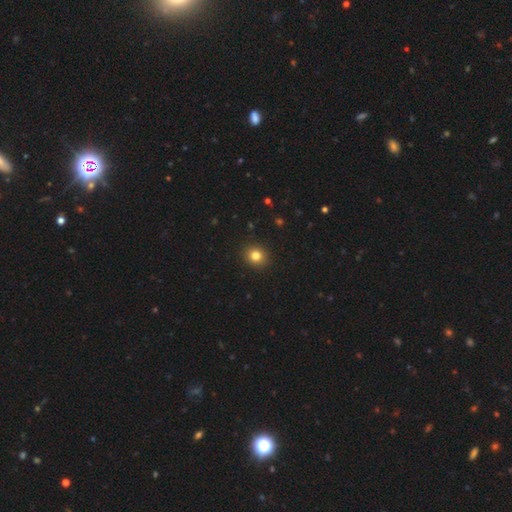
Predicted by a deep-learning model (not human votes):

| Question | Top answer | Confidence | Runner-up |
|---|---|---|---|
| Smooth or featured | smooth | 81% | star or artifact (12%) |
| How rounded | round | 81% | in between (18%) |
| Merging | none | 92% | minor disturbance (5%) |